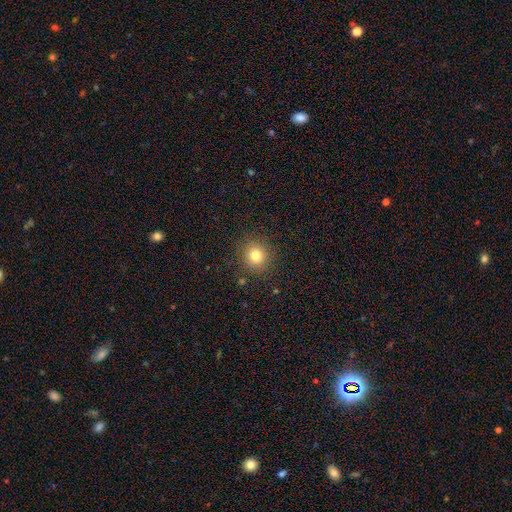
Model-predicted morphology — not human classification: The model was most divided on "smooth or featured": smooth: 79%, star or artifact: 14%, featured or disk: 7%. More confident: how rounded — round (91%); merging — none (89%).